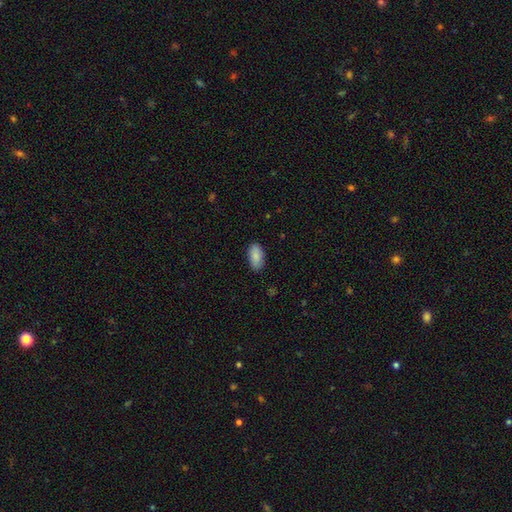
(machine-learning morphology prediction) smooth_or_featured: smooth (p=0.88) [alt: star or artifact p=0.06]
how_rounded: in between (p=0.94) [alt: cigar-shaped p=0.03]
merging: none (p=0.86) [alt: minor disturbance p=0.11]